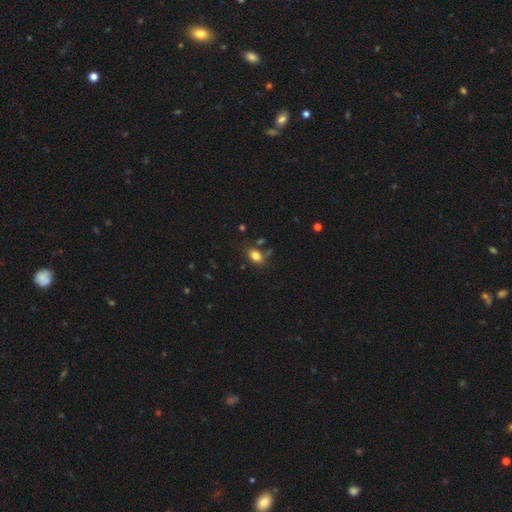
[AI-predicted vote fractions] smooth 81%, star or artifact 11%, featured or disk 8%. Down the decision tree: how rounded — in between (80%); merging — none (68%).